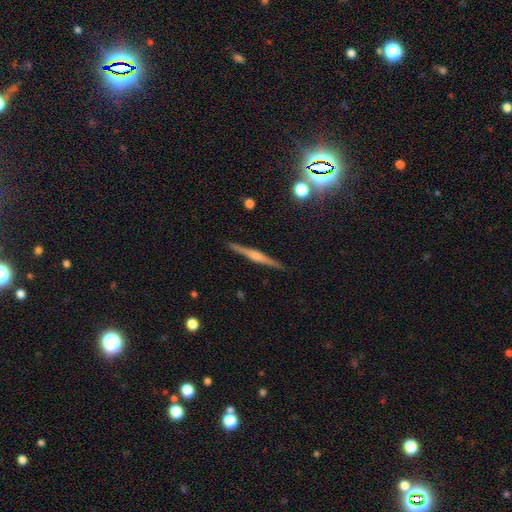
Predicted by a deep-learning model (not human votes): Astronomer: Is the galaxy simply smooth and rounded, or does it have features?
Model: featured or disk — 73%.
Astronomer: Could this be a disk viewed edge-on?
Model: yes — 98%.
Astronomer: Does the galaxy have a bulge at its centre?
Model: rounded — 68%.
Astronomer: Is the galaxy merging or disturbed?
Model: none — 91%.